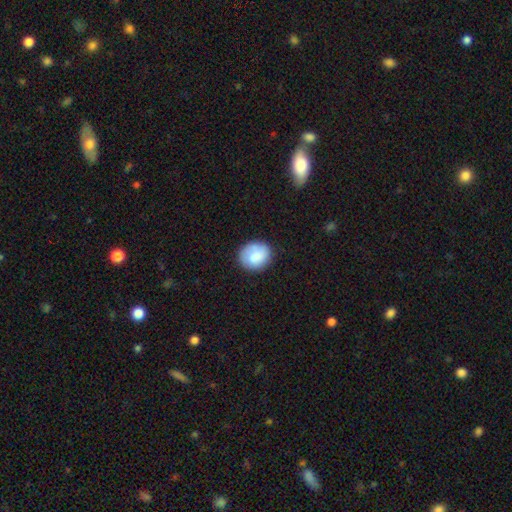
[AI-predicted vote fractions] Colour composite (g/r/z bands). It shows a smooth galaxy with no disk features (82%) that is round (74%). Merging: none (81%).